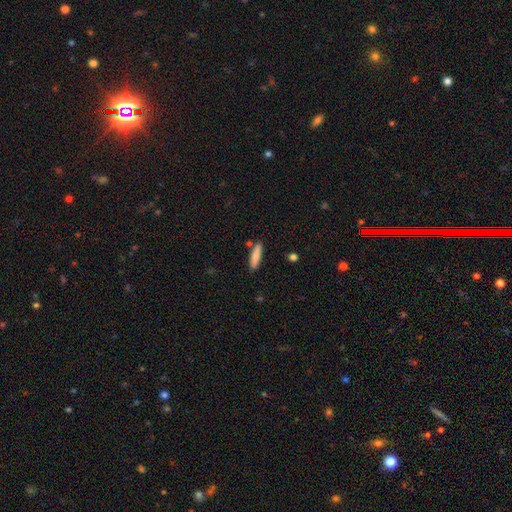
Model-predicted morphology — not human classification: Smooth or featured?
  - smooth: 82% *
  - featured or disk: 12%
  - star or artifact: 6%
How rounded?
  - cigar-shaped: 75% *
  - in between: 23%
  - round: 2%
Merging?
  - none: 83% *
  - minor disturbance: 10%
  - merger: 4%
  - major disturbance: 2%